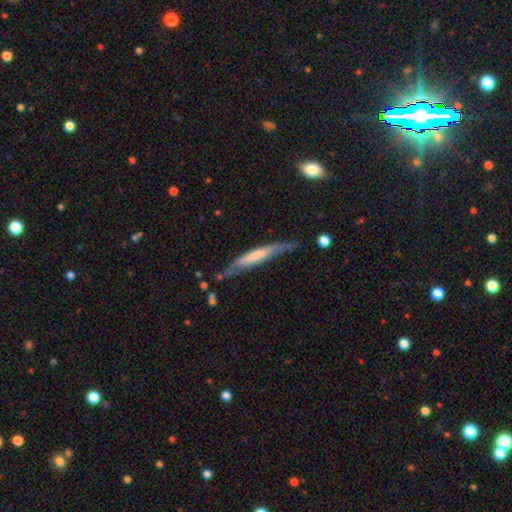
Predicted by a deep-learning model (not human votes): smooth_or_featured: smooth (p=0.51) [alt: featured or disk p=0.44]
how_rounded: cigar-shaped (p=0.93) [alt: in between p=0.06]
merging: none (p=0.66) [alt: minor disturbance p=0.24]